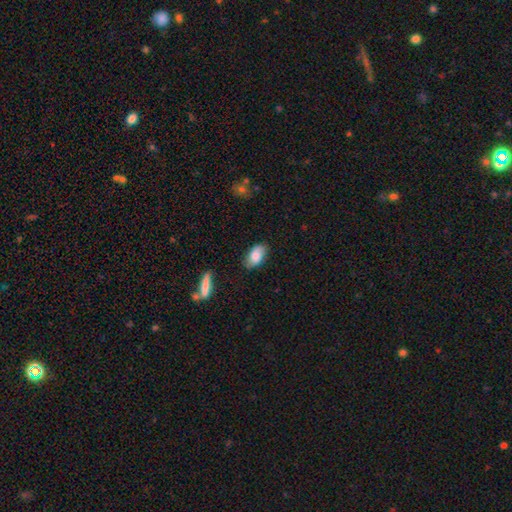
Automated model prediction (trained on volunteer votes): Smooth or featured? Predicted: smooth (p=0.82). How rounded? Predicted: in between (p=0.93). Merging? Predicted: none (p=0.77).